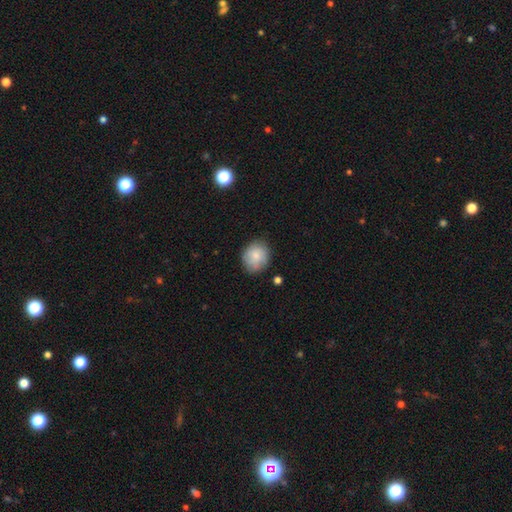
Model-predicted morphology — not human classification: Smooth or featured?
  - smooth: 81% *
  - featured or disk: 12%
  - star or artifact: 7%
How rounded?
  - round: 68% *
  - in between: 31%
  - cigar-shaped: 1%
Merging?
  - none: 77% *
  - minor disturbance: 17%
  - major disturbance: 4%
  - merger: 2%